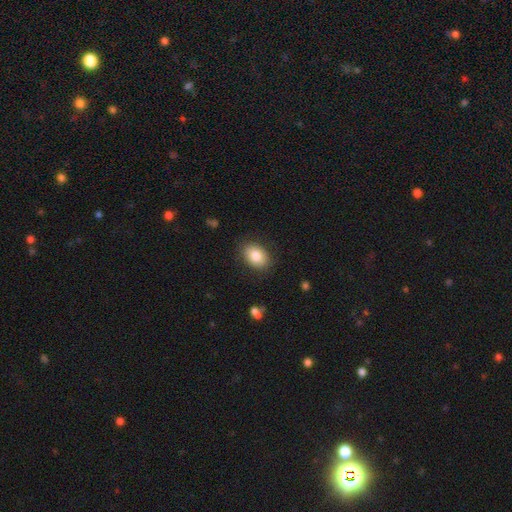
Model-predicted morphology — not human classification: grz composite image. It shows a smooth galaxy with no disk features (83%) that is in between round and cigar-shaped (77%). Merging: none (86%).